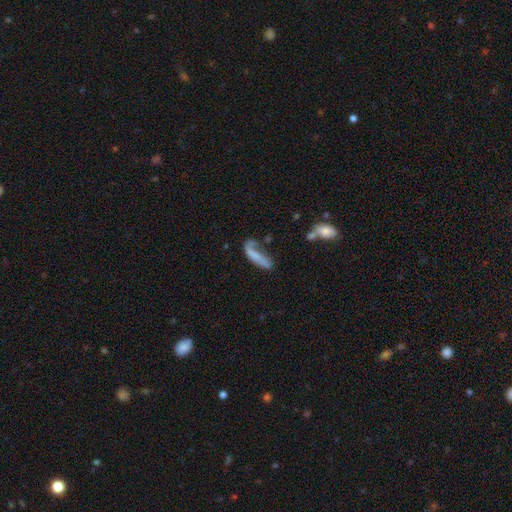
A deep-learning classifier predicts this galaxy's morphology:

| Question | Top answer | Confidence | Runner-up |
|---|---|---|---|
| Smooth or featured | smooth | 53% | featured or disk (37%) |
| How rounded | cigar-shaped | 60% | in between (37%) |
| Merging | major disturbance | 33% | none (32%) |